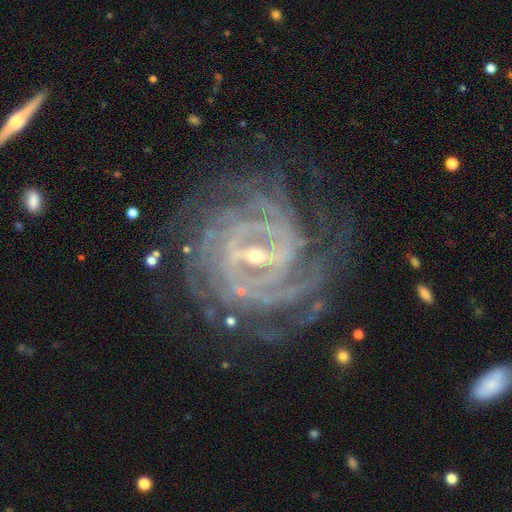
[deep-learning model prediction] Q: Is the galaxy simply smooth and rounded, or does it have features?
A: featured or disk — 92%.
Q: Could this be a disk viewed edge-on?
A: no — 97%.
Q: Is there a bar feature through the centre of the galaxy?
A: strong — 54%.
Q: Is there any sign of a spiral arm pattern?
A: yes — 98%.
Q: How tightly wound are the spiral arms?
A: tight — 76%.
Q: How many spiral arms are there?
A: can't tell — 24%.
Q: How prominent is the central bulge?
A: small — 66%.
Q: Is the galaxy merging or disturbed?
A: none — 72%.